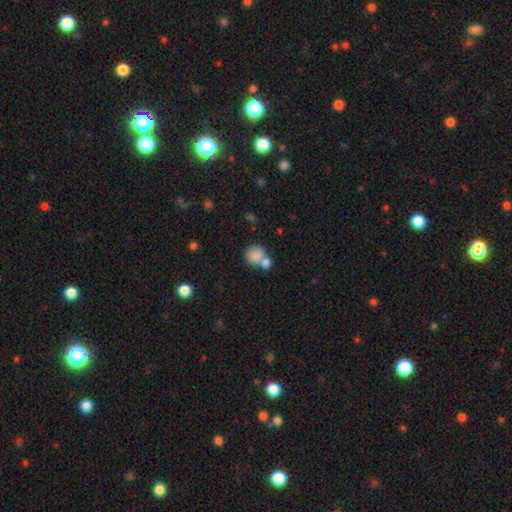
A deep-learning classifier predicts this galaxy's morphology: smooth-or-featured: smooth: 83% | star or artifact: 9% | featured or disk: 8%
  how-rounded: round: 81% | in between: 18% | cigar-shaped: 1%
  merging: merger: 45% | none: 41% | minor disturbance: 10% | major disturbance: 4%